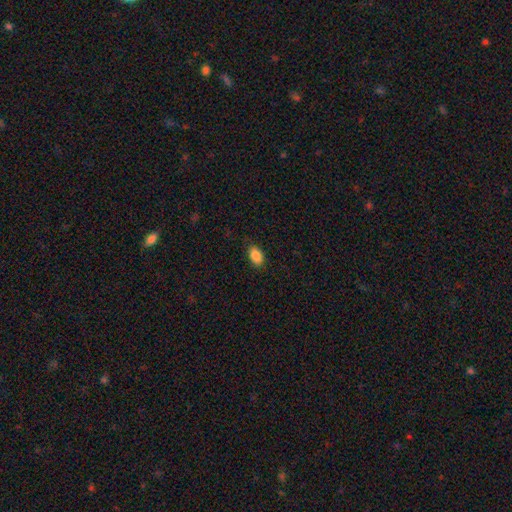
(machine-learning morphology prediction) Smooth or featured: smooth — 87% (star or artifact — 8%)
How rounded: in between — 91% (round — 7%)
Merging: none — 85% (minor disturbance — 11%)